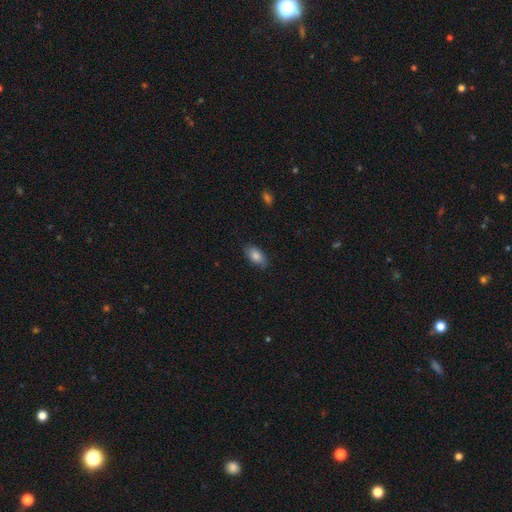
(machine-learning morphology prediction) A smooth galaxy with no disk features (84%) that is in between round and cigar-shaped (92%).

Vote fractions:
- Smooth or featured? smooth: 84% / featured or disk: 9% / star or artifact: 7%
- How rounded? in between: 92% / cigar-shaped: 4% / round: 4%
- Merging? none: 85% / minor disturbance: 12% / major disturbance: 2% / merger: 1%